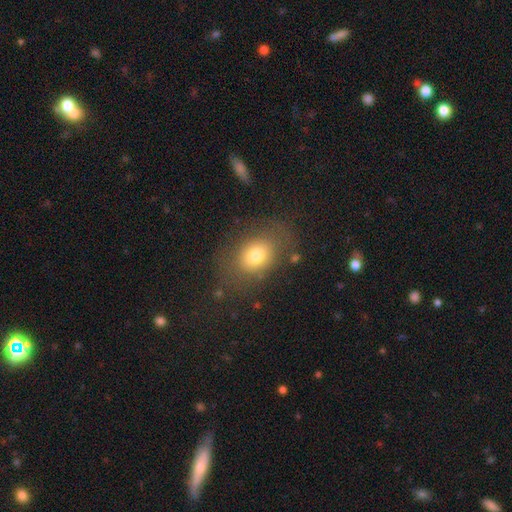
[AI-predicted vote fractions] A smooth galaxy with no disk features (74%) that is in between round and cigar-shaped (68%).

Vote fractions:
- Smooth or featured? smooth: 74% / featured or disk: 14% / star or artifact: 11%
- How rounded? in between: 68% / round: 31% / cigar-shaped: 1%
- Merging? none: 73% / minor disturbance: 16% / major disturbance: 9% / merger: 3%